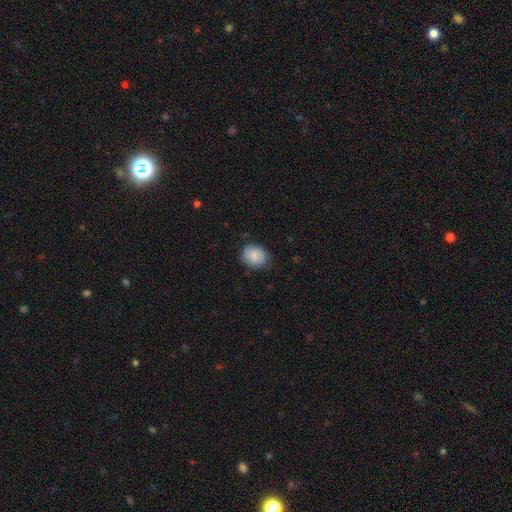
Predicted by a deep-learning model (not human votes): Smooth or featured: smooth — 82% (featured or disk — 11%)
How rounded: round — 65% (in between — 34%)
Merging: none — 77% (minor disturbance — 18%)